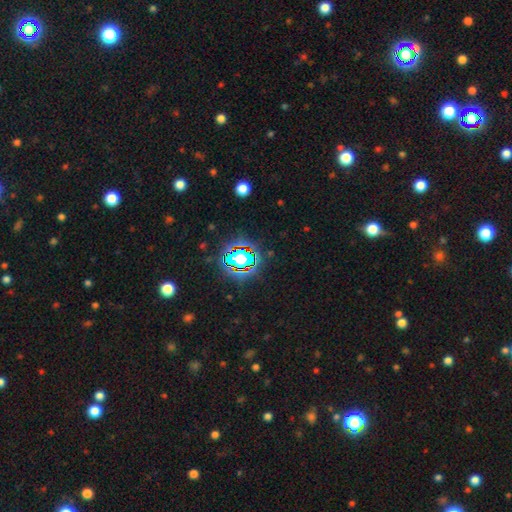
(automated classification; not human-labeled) This is likely a star or artifact rather than a galaxy (80%).